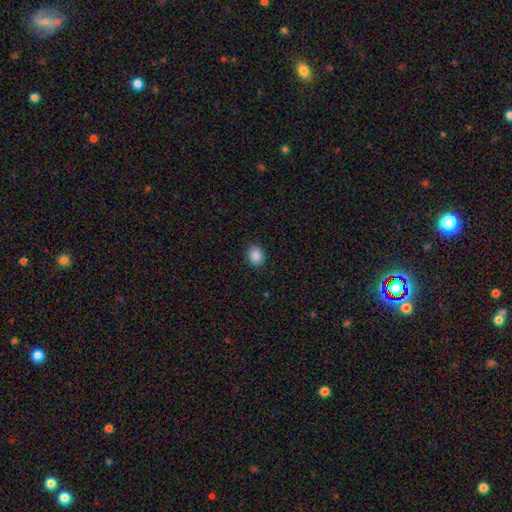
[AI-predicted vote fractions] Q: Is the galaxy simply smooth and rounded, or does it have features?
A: smooth — 87%.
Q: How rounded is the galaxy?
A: round — 63%.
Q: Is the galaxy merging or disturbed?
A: none — 89%.